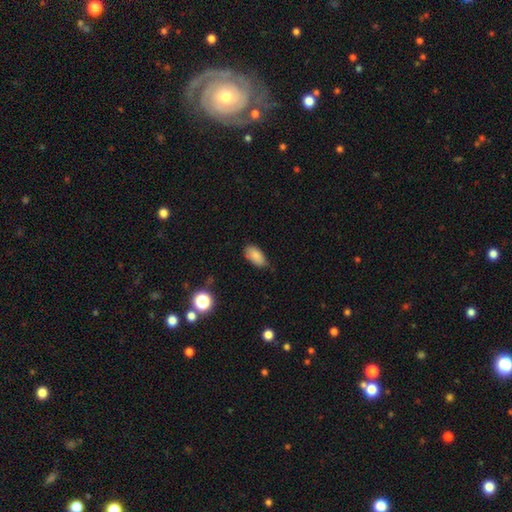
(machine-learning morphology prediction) Overall: smooth (85%). How rounded: in between (93%). Merging: none (66%; minor disturbance 29%).